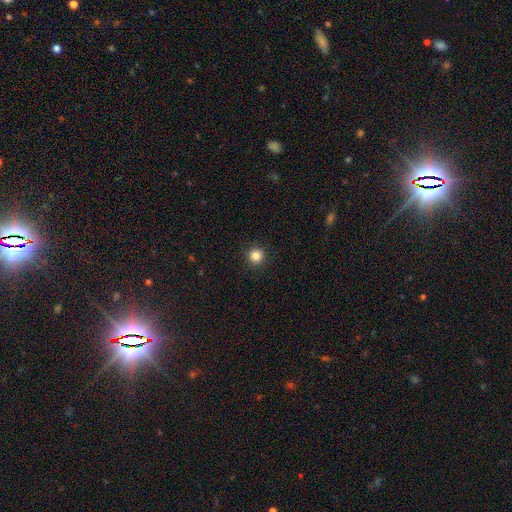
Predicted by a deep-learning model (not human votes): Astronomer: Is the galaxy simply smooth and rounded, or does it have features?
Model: smooth — 85%.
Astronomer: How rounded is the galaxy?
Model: round — 95%.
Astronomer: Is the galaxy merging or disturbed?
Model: none — 92%.